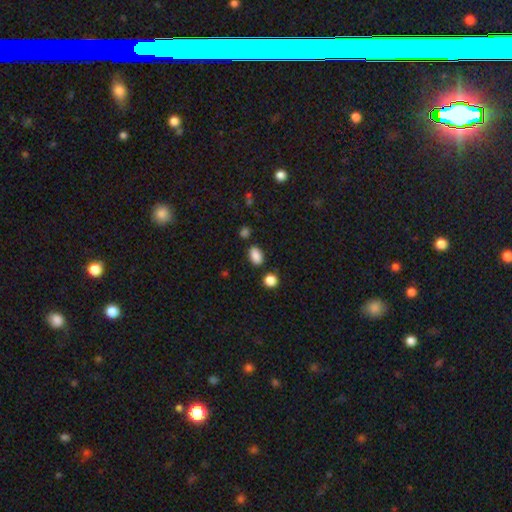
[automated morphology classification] Q: Smooth or featured?
A: smooth (87%); runner-up: star or artifact (9%)
Q: How rounded?
A: in between (87%); runner-up: round (11%)
Q: Merging?
A: none (80%); runner-up: minor disturbance (12%)